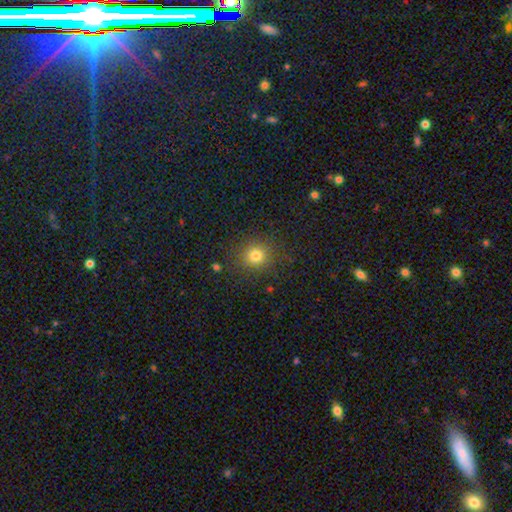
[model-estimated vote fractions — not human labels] Smooth or featured?
  - smooth: 77% *
  - star or artifact: 17%
  - featured or disk: 6%
How rounded?
  - round: 89% *
  - in between: 10%
  - cigar-shaped: 1%
Merging?
  - none: 87% *
  - minor disturbance: 8%
  - major disturbance: 3%
  - merger: 1%